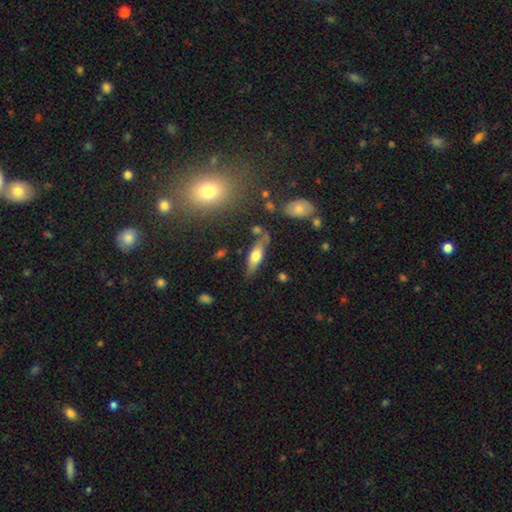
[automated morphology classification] type=smooth (52%); roundness=in between (57%); merging=none (70%).